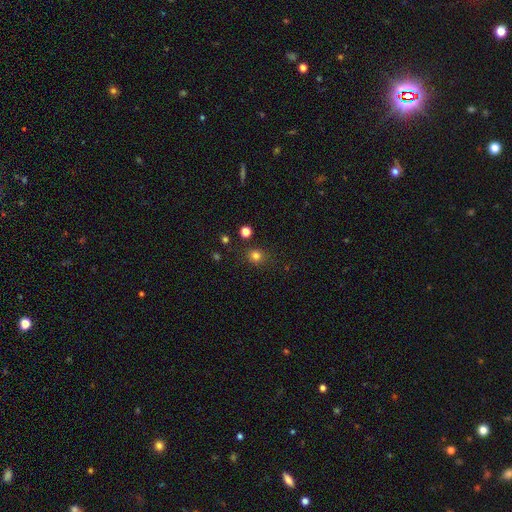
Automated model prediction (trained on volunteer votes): Morphology: type=smooth (79%); roundness=round (81%); merging=none (84%).